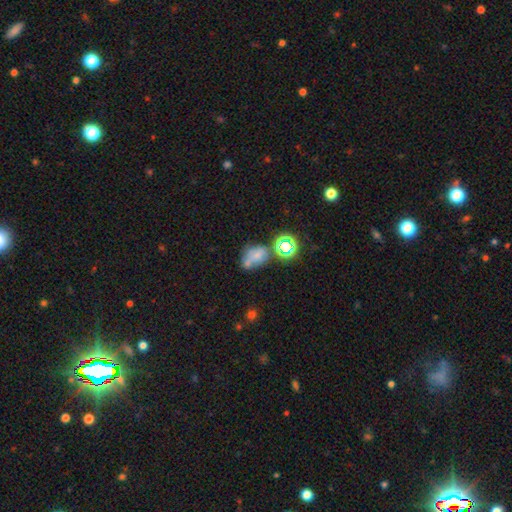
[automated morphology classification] Smooth or featured: smooth — 53% (star or artifact — 26%)
How rounded: in between — 67% (round — 31%)
Merging: none — 35% (merger — 30%)